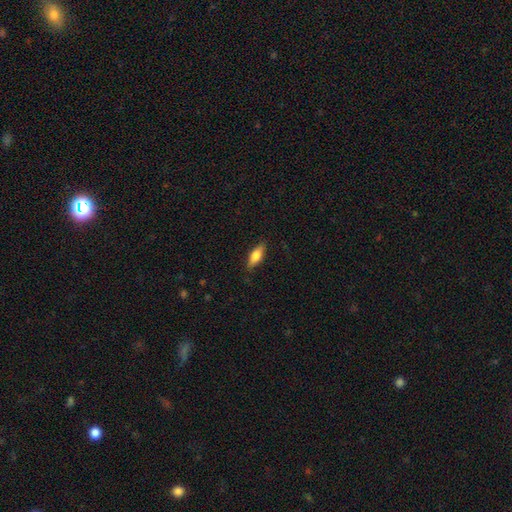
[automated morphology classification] A smooth galaxy with no disk features (71%) that is in between round and cigar-shaped (66%). Merging: none (84%).